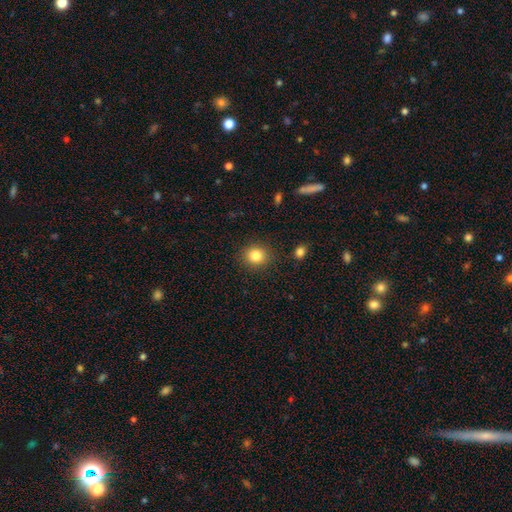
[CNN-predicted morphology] smooth-or-featured: smooth: 83% | star or artifact: 11% | featured or disk: 6%
  how-rounded: round: 77% | in between: 22% | cigar-shaped: 1%
  merging: none: 88% | minor disturbance: 8% | major disturbance: 3% | merger: 2%